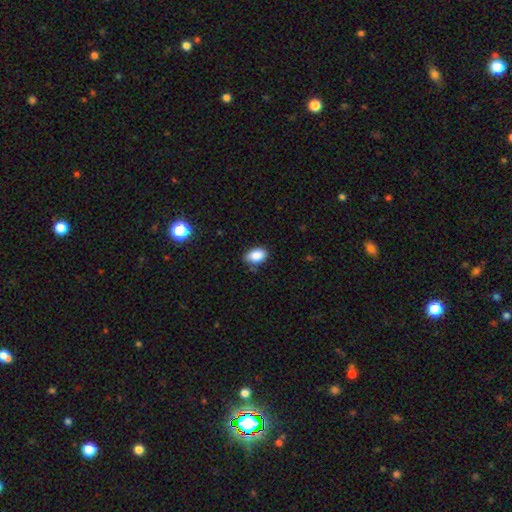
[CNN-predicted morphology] smooth_or_featured: smooth (p=0.87) [alt: star or artifact p=0.08]
how_rounded: in between (p=0.88) [alt: round p=0.11]
merging: none (p=0.77) [alt: minor disturbance p=0.18]